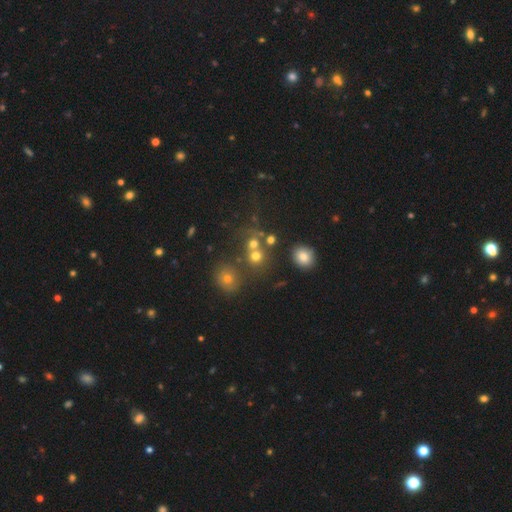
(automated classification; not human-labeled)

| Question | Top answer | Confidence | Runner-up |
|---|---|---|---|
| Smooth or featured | smooth | 67% | star or artifact (20%) |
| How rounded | round | 84% | in between (15%) |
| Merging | none | 48% | merger (38%) |